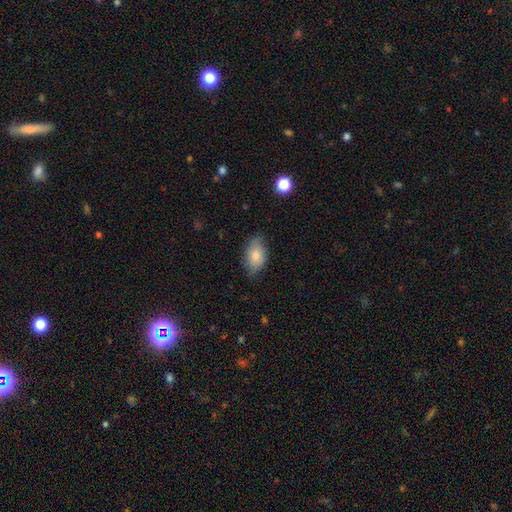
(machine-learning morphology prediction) This is likely a smooth galaxy (78%). How rounded: clearly in between (91%). Merging: likely none (73%).